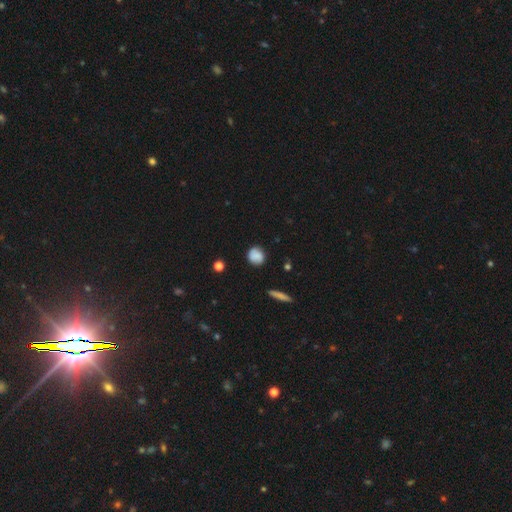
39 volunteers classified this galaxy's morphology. smooth_or_featured: smooth (p=0.87) [alt: featured or disk p=0.10]
how_rounded: round (p=0.79) [alt: in between p=0.21]
merging: none (p=0.71) [alt: minor disturbance p=0.24]